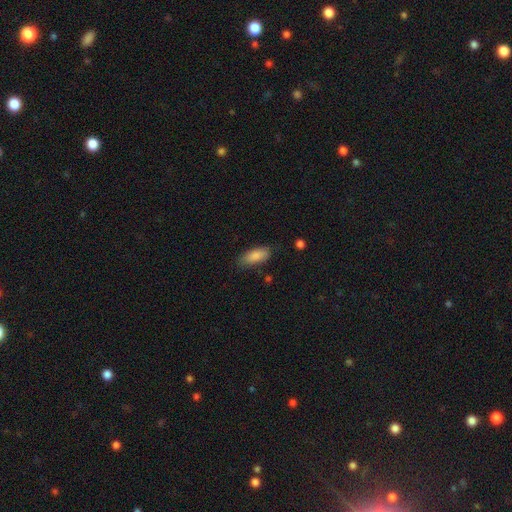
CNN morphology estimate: smooth_or_featured: smooth (p=0.86) [alt: featured or disk p=0.07]
how_rounded: in between (p=0.80) [alt: cigar-shaped p=0.18]
merging: none (p=0.77) [alt: minor disturbance p=0.17]